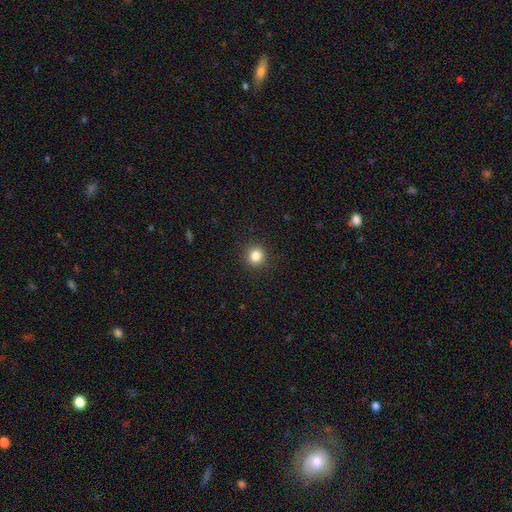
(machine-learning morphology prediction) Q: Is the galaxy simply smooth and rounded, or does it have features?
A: smooth — 84%.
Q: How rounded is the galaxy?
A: round — 91%.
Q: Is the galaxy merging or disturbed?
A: none — 91%.